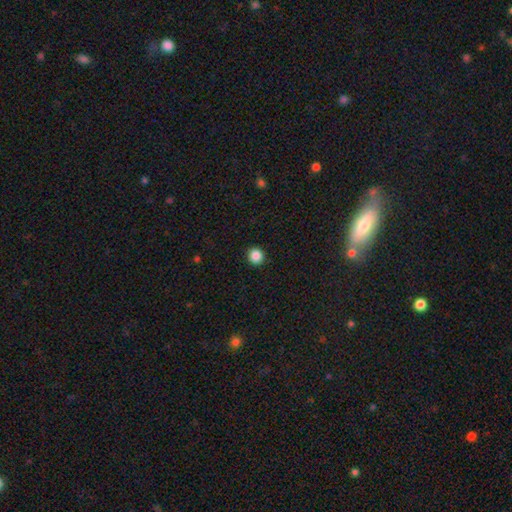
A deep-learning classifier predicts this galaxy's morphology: Smooth or featured?
  - smooth: 87% *
  - star or artifact: 10%
  - featured or disk: 3%
How rounded?
  - round: 92% *
  - in between: 8%
  - cigar-shaped: 1%
Merging?
  - none: 93% *
  - minor disturbance: 5%
  - major disturbance: 2%
  - merger: 1%